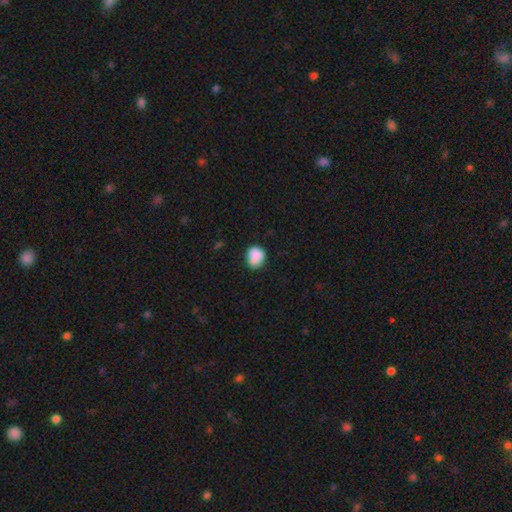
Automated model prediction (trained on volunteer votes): This is clearly a smooth galaxy (84%). How rounded: possibly round (54%). Merging: likely none (63%).